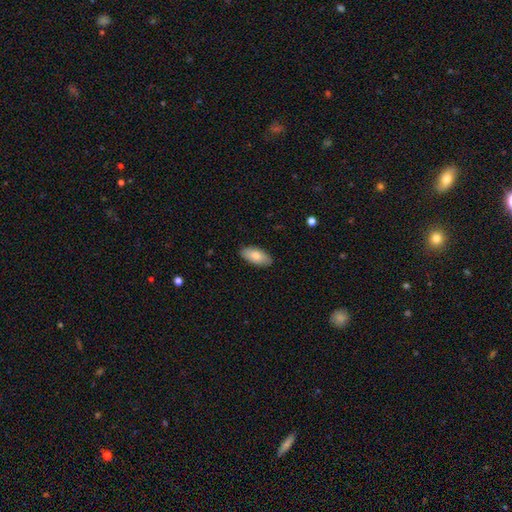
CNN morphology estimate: A smooth galaxy with no disk features (81%) that is in between round and cigar-shaped (92%). Merging: none (87%).